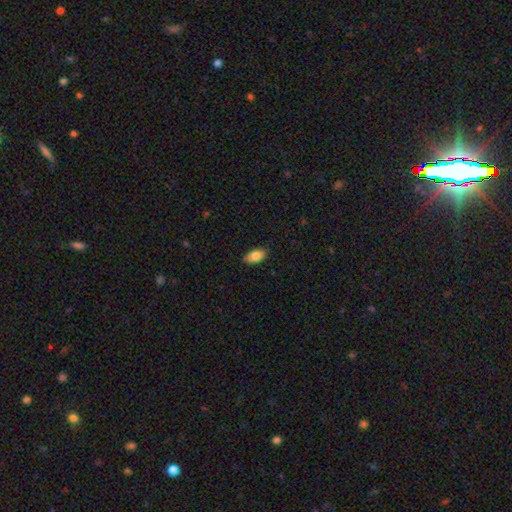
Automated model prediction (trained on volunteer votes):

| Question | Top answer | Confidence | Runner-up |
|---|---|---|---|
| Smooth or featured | smooth | 84% | featured or disk (9%) |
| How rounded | in between | 92% | round (5%) |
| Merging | none | 84% | minor disturbance (13%) |